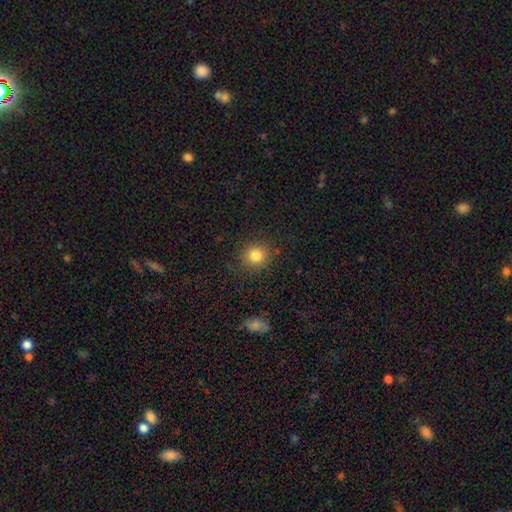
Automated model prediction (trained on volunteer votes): smooth 82%, star or artifact 12%, featured or disk 6%. Down the decision tree: how rounded — round (87%); merging — none (87%).